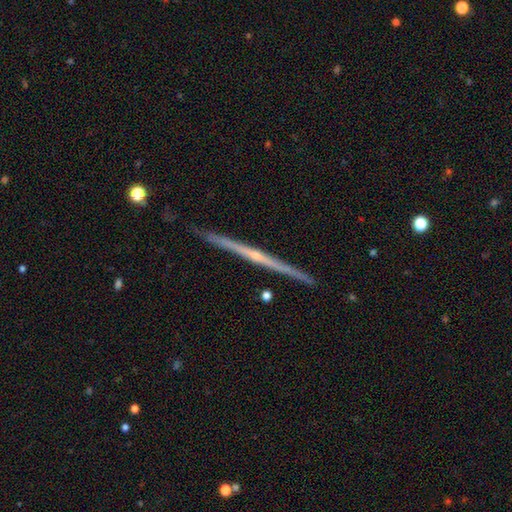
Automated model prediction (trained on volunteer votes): This is clearly a featured or disk galaxy (83%). It is clearly viewed edge-on (98%). Edge-on bulge: possibly rounded (59%). Merging: clearly none (91%).